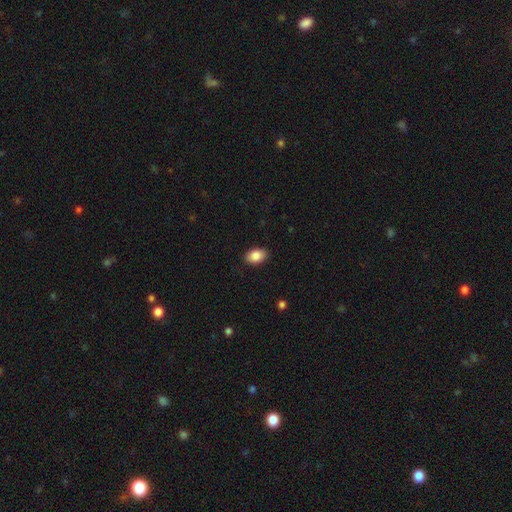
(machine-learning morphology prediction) This appears to be a smooth galaxy with no disk features (88%) that is in between round and cigar-shaped (89%). Merging: none (89%).